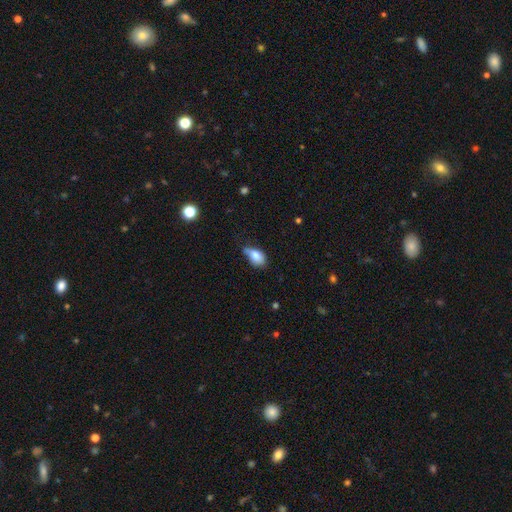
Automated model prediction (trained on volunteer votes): This appears to be a smooth galaxy with no disk features (81%) that is in between round and cigar-shaped (87%). Merging: minor disturbance (41%).